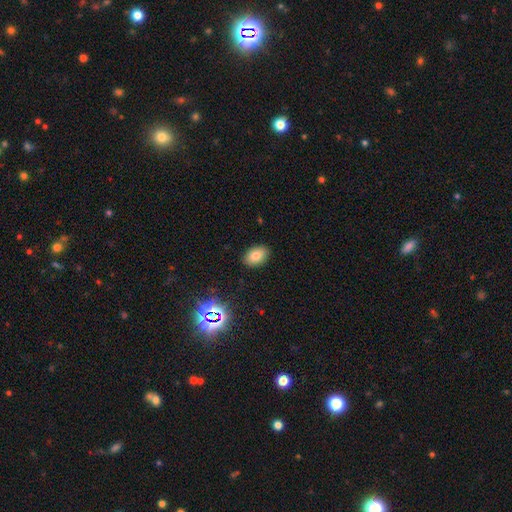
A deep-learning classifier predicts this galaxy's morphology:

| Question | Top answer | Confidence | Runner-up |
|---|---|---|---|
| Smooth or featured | smooth | 78% | star or artifact (13%) |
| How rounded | in between | 82% | round (17%) |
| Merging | none | 89% | minor disturbance (8%) |